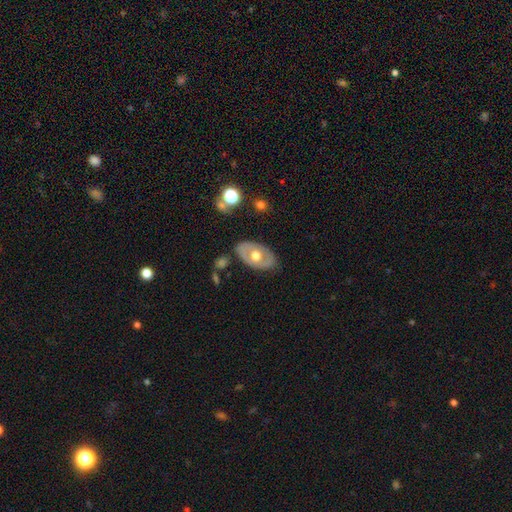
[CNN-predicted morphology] smooth-or-featured: featured or disk: 56% | smooth: 38% | star or artifact: 6%
  disk-edge-on: no: 88% | yes: 12%
  merging: none: 79% | minor disturbance: 14% | major disturbance: 4% | merger: 2%